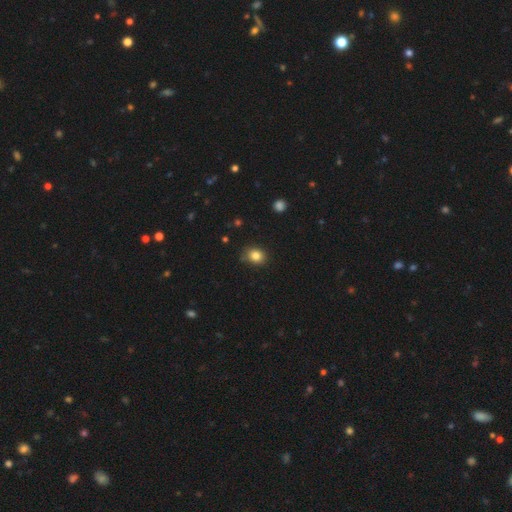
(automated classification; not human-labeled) Smooth or featured? smooth (83%)
How rounded? round (59%)
Merging? none (80%)